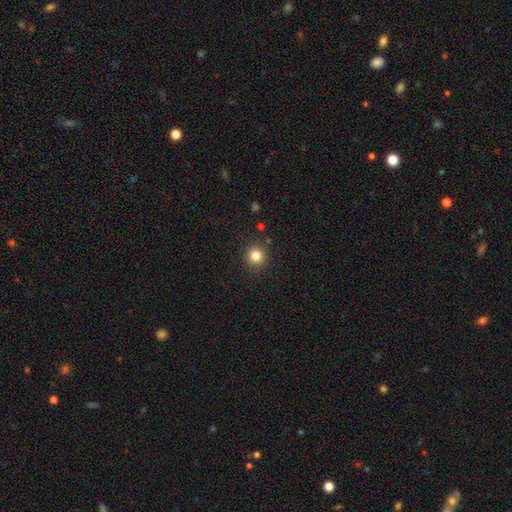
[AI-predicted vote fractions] Smooth or featured: smooth — 82% (star or artifact — 12%)
How rounded: round — 93% (in between — 6%)
Merging: none — 90% (minor disturbance — 6%)